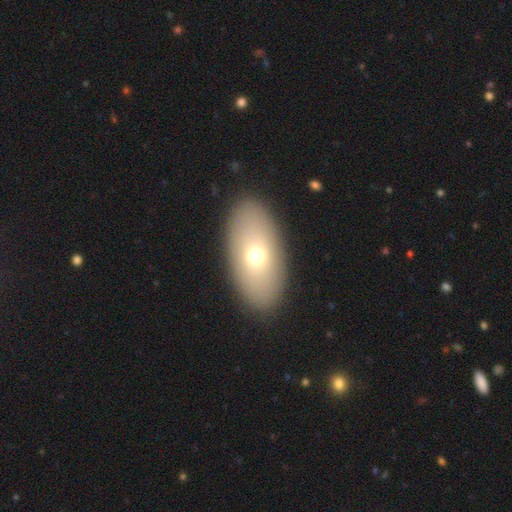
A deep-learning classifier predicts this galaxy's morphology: type=smooth (66%); roundness=in between (91%); merging=none (89%).